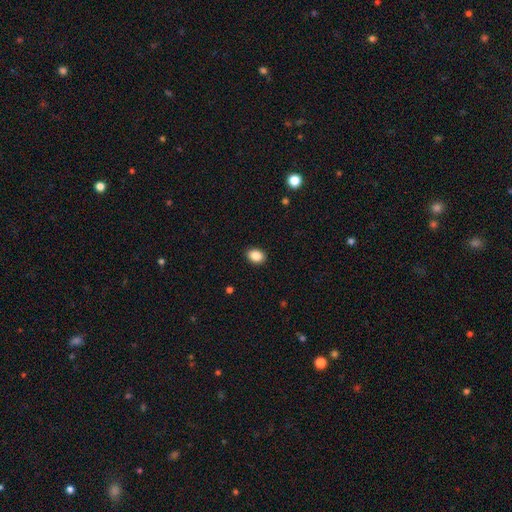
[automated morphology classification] This appears to be a smooth galaxy with no disk features (88%) that is in between round and cigar-shaped (70%). Merging: none (90%).